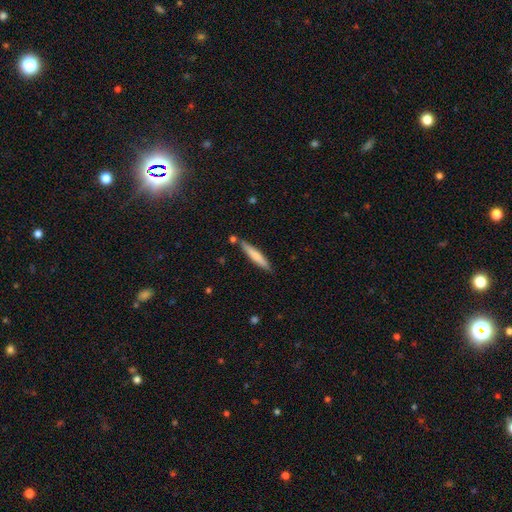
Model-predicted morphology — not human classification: Smooth or featured: smooth — 66% (featured or disk — 28%)
How rounded: cigar-shaped — 92% (in between — 7%)
Merging: none — 80% (minor disturbance — 12%)